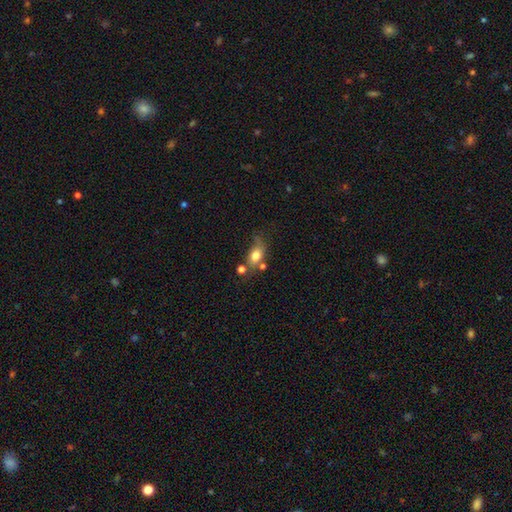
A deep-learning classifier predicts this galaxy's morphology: smooth-or-featured: smooth: 76% | featured or disk: 14% | star or artifact: 10%
  how-rounded: in between: 73% | round: 22% | cigar-shaped: 5%
  merging: none: 42% | minor disturbance: 24% | merger: 20% | major disturbance: 14%